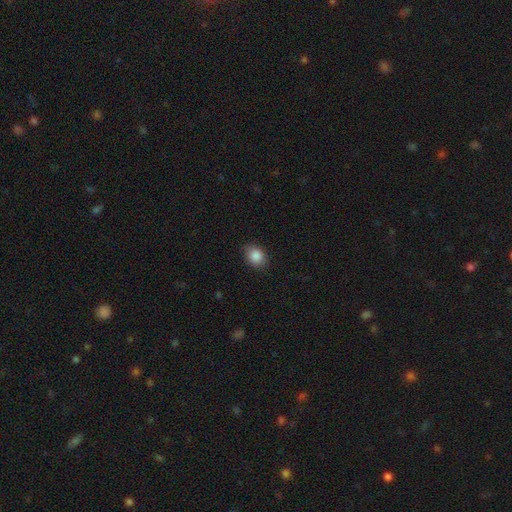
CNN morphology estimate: Q: Smooth or featured?
A: smooth (87%); runner-up: star or artifact (9%)
Q: How rounded?
A: in between (58%); runner-up: round (41%)
Q: Merging?
A: none (85%); runner-up: minor disturbance (12%)